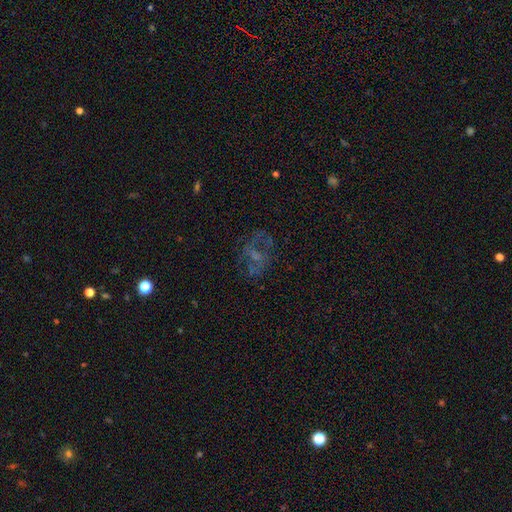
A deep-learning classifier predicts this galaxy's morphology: smooth-or-featured: featured or disk: 52% | smooth: 26% | star or artifact: 22%
  disk-edge-on: no: 97% | yes: 3%
    bar: no: 68% | weak: 26% | strong: 6%
    has-spiral-arms: no: 62% | yes: 38%
    bulge-size: small: 37% | none: 34% | moderate: 24% | large: 3% | dominant: 1%
  merging: none: 59% | major disturbance: 21% | minor disturbance: 17% | merger: 3%